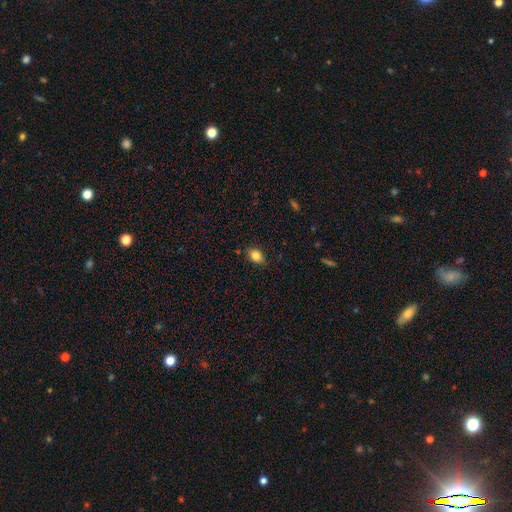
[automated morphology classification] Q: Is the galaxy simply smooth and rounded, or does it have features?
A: smooth — 85%.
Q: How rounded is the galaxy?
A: in between — 76%.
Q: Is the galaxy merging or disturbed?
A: none — 82%.